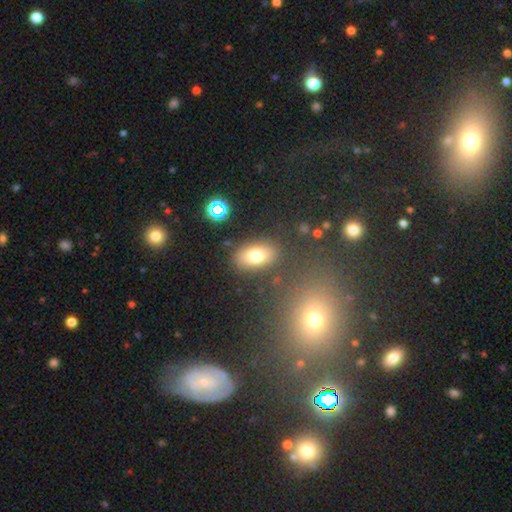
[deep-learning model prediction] smooth 76%, featured or disk 12%, star or artifact 12%. Down the decision tree: how rounded — in between (85%); merging — none (83%).